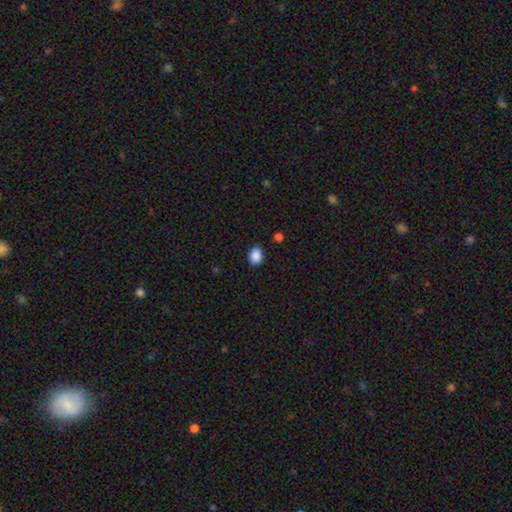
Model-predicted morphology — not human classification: Smooth or featured? smooth (88%)
How rounded? in between (61%)
Merging? none (87%)